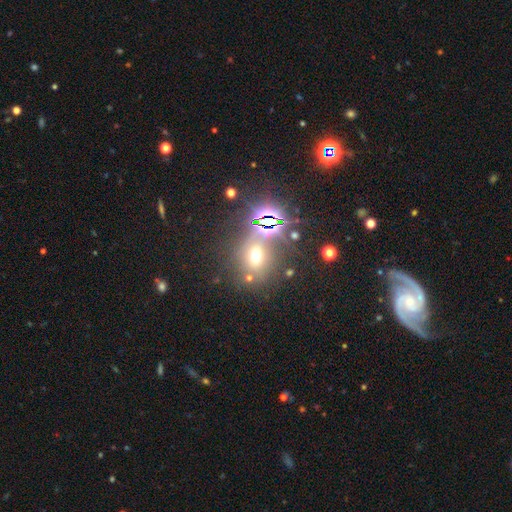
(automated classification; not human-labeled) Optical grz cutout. It shows a smooth galaxy with no disk features (49%). Merging: none (65%).